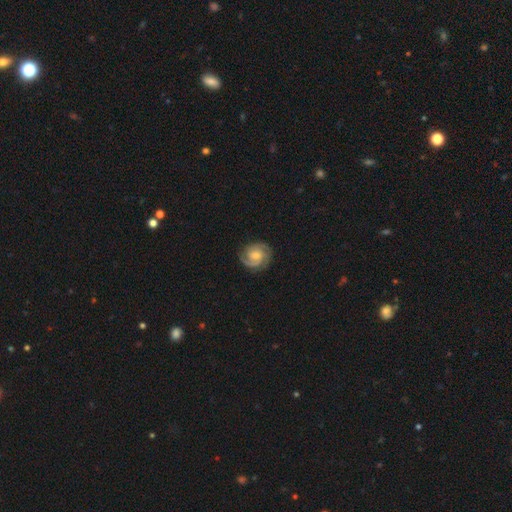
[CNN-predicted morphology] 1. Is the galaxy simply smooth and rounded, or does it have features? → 85% featured or disk, 11% smooth, 5% star or artifact.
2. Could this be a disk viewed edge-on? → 98% no, 2% yes.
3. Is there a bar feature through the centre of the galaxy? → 55% no, 38% weak, 7% strong.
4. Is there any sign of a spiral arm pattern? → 97% yes, 3% no.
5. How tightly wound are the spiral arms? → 59% tight, 35% medium, 6% loose.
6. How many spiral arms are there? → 76% 2, 10% 3, 7% can't tell, 4% 1, 2% 4, 2% more than 4.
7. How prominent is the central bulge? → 45% moderate, 42% small, 8% none, 5% large, 1% dominant.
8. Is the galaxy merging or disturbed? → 81% none, 13% minor disturbance, 4% major disturbance, 1% merger.